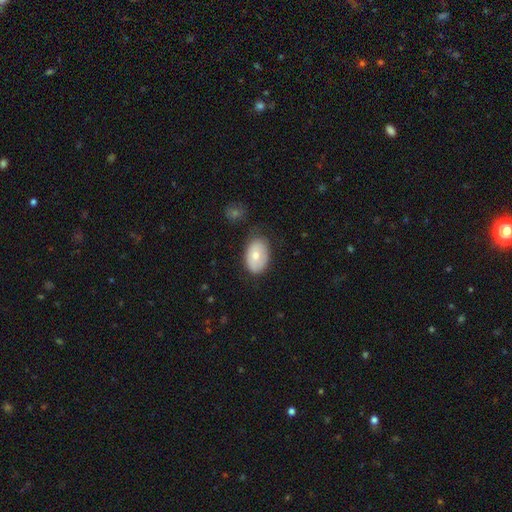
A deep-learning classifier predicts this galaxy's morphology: Q: Smooth or featured?
A: smooth (70%); runner-up: featured or disk (23%)
Q: How rounded?
A: in between (88%); runner-up: round (11%)
Q: Merging?
A: none (68%); runner-up: minor disturbance (23%)